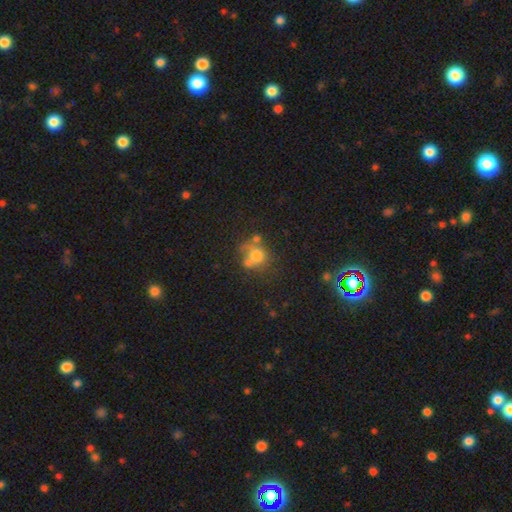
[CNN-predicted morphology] A smooth galaxy with no disk features (60%) that is round (70%).

Vote fractions:
- Smooth or featured? smooth: 60% / featured or disk: 26% / star or artifact: 14%
- How rounded? round: 70% / in between: 29% / cigar-shaped: 1%
- Merging? none: 38% / merger: 23% / minor disturbance: 20% / major disturbance: 19%